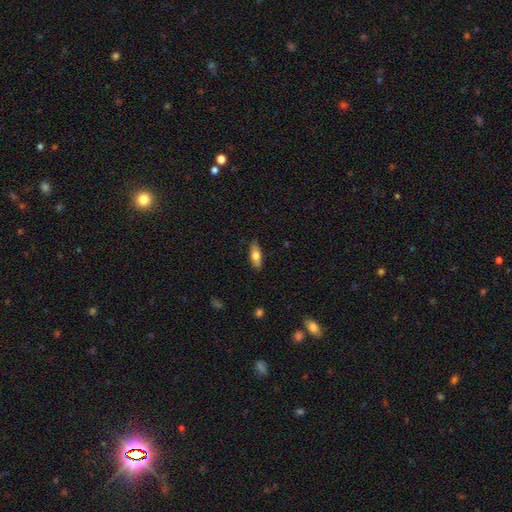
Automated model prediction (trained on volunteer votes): smooth-or-featured: smooth: 71% | featured or disk: 22% | star or artifact: 6%
  how-rounded: in between: 68% | cigar-shaped: 29% | round: 3%
  merging: none: 87% | minor disturbance: 10% | major disturbance: 2% | merger: 1%